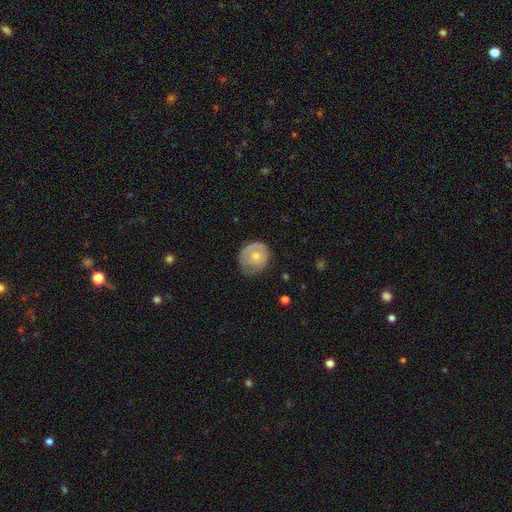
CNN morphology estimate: A smooth galaxy with no disk features (56%) that is round (80%).

Vote fractions:
- Smooth or featured? smooth: 56% / featured or disk: 37% / star or artifact: 7%
- How rounded? round: 80% / in between: 19% / cigar-shaped: 1%
- Merging? none: 58% / minor disturbance: 29% / major disturbance: 11% / merger: 1%